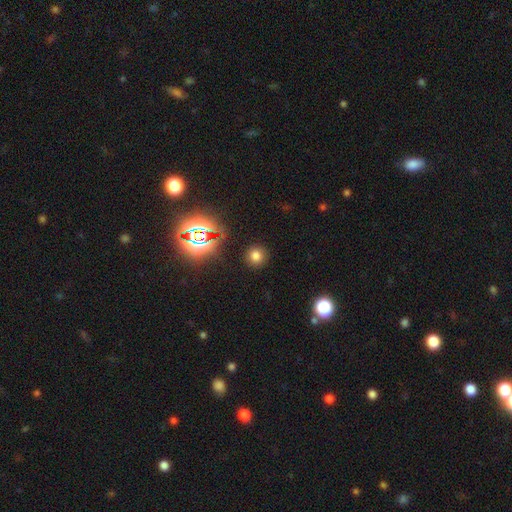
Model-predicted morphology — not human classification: Smooth or featured? Predicted: smooth (p=0.71). How rounded? Predicted: round (p=0.92). Merging? Predicted: none (p=0.90).